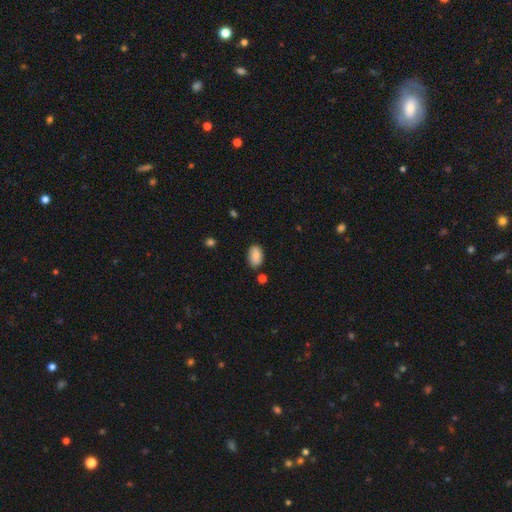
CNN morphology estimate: Smooth or featured: smooth — 86% (star or artifact — 7%)
How rounded: in between — 92% (round — 7%)
Merging: none — 80% (minor disturbance — 14%)